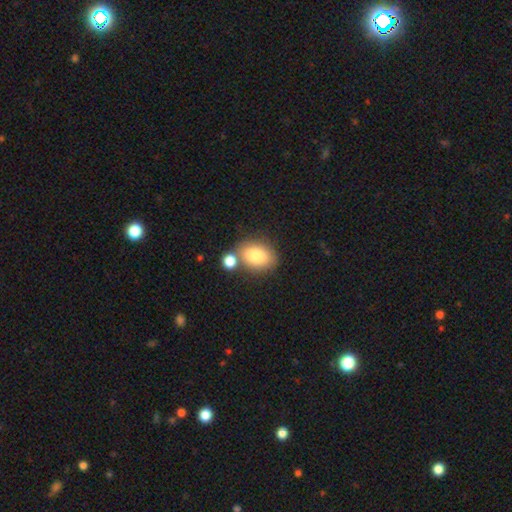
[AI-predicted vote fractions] smooth_or_featured: smooth (p=0.83) [alt: featured or disk p=0.09]
how_rounded: in between (p=0.76) [alt: round p=0.22]
merging: none (p=0.61) [alt: merger p=0.22]